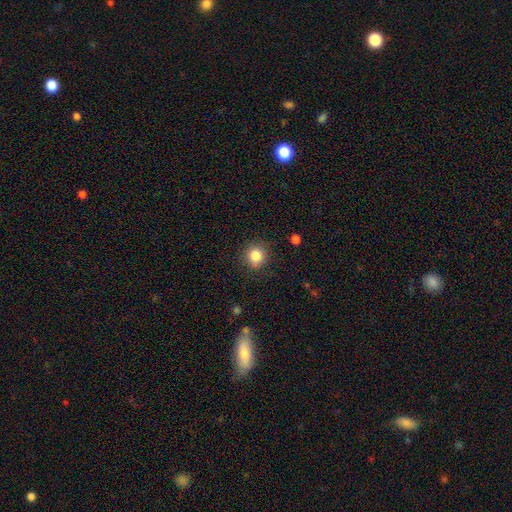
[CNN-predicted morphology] Smooth or featured? smooth (84%)
How rounded? round (90%)
Merging? none (87%)